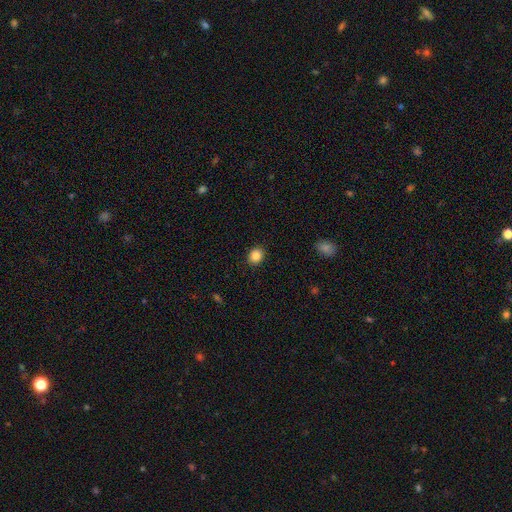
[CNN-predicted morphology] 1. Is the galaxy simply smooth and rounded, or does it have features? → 86% smooth, 10% star or artifact, 4% featured or disk.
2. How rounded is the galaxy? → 65% round, 34% in between, 1% cigar-shaped.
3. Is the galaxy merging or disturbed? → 90% none, 7% minor disturbance, 2% major disturbance, 1% merger.